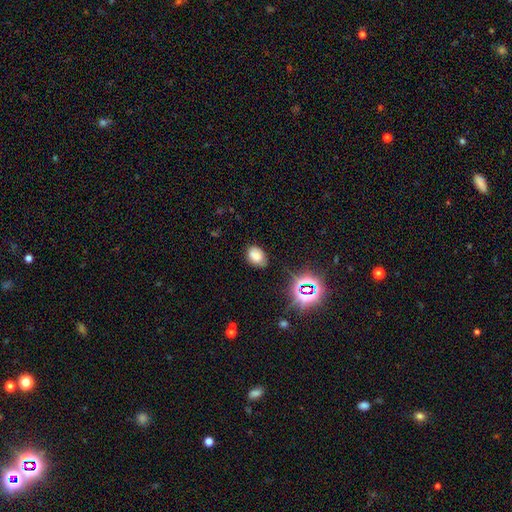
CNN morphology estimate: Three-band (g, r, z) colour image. It shows a smooth galaxy with no disk features (71%) that is in between round and cigar-shaped (78%). Merging: none (74%).